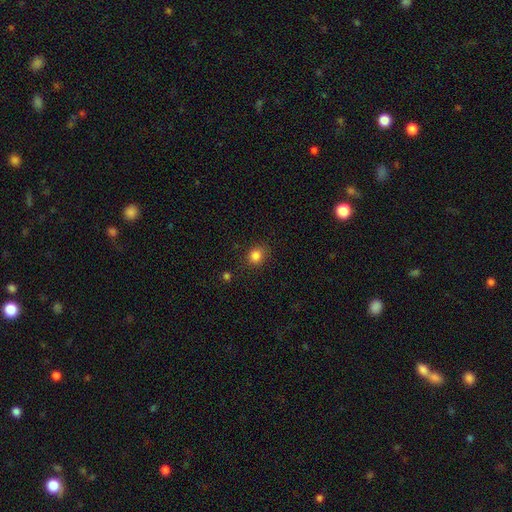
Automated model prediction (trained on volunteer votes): Smooth or featured: smooth — 84% (star or artifact — 12%)
How rounded: round — 74% (in between — 25%)
Merging: none — 82% (minor disturbance — 12%)